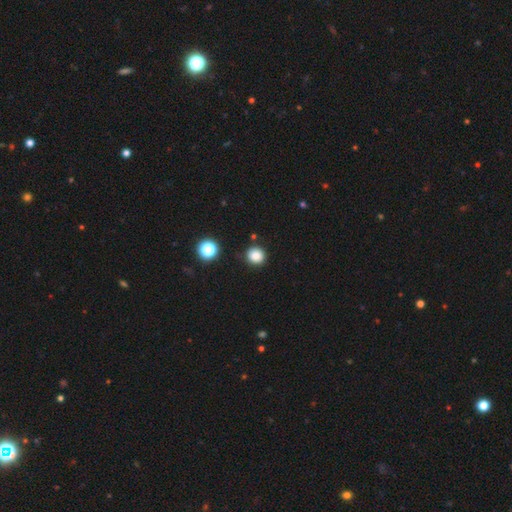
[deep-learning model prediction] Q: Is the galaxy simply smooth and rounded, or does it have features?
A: smooth — 84%.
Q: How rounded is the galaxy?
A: round — 89%.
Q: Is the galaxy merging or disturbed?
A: none — 86%.